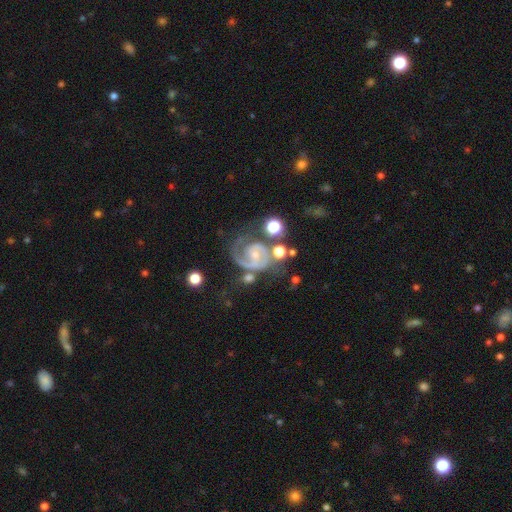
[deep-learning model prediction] This appears to be a featured or disk galaxy (88%) with no bar (52%), 2 (69%) medium (48%) spiral arms (97%) and a small central bulge (65%). Merging: none (50%).